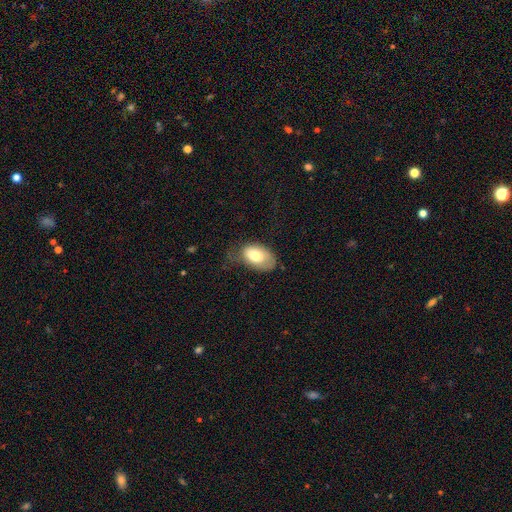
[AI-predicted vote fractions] smooth 73%, featured or disk 21%, star or artifact 7%. Down the decision tree: how rounded — in between (91%); merging — none (47%).